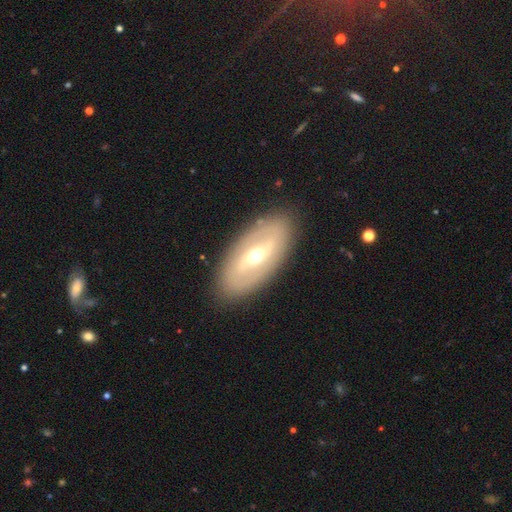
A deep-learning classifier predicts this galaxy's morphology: Smooth or featured? Predicted: featured or disk (p=0.69). Edge-on disk? Predicted: no (p=0.85). Bar? Predicted: strong (p=0.46). Spiral arms? Predicted: no (p=0.63). Bulge size? Predicted: moderate (p=0.69). Merging? Predicted: none (p=0.88).